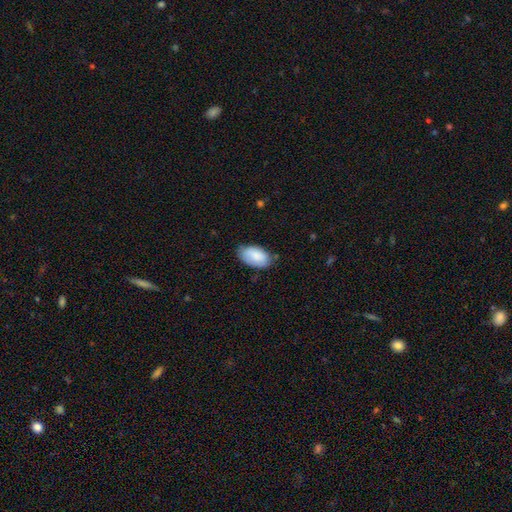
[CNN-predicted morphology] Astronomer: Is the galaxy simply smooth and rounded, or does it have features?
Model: smooth — 86%.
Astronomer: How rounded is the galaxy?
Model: in between — 95%.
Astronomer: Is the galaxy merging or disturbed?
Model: none — 71%.